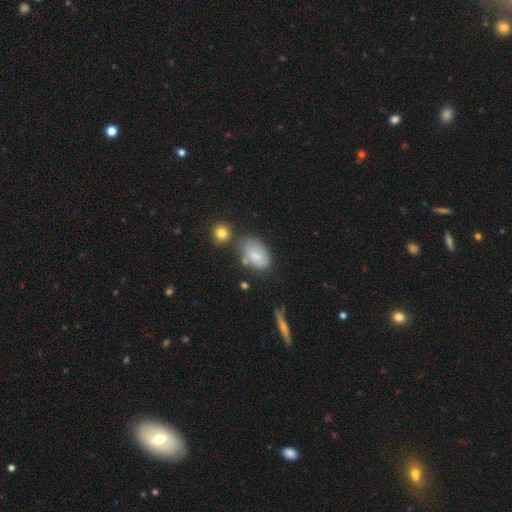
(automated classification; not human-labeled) smooth 72%, featured or disk 19%, star or artifact 8%. Down the decision tree: how rounded — in between (86%); merging — none (48%).